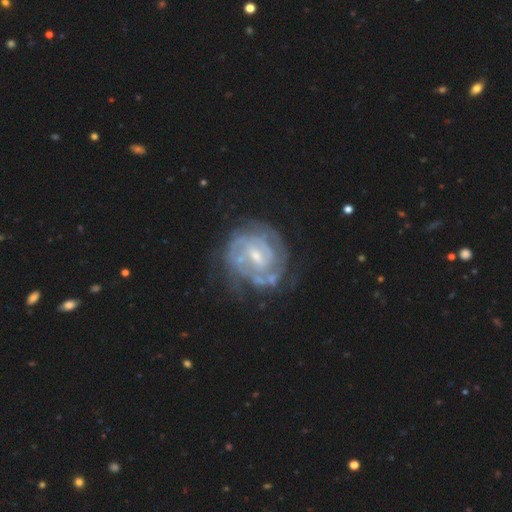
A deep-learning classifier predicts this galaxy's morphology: This appears to be a featured or disk galaxy (85%) with a weak bar (54%), tight (69%) spiral arms (91%) and a small central bulge (52%). Merging: none (65%).